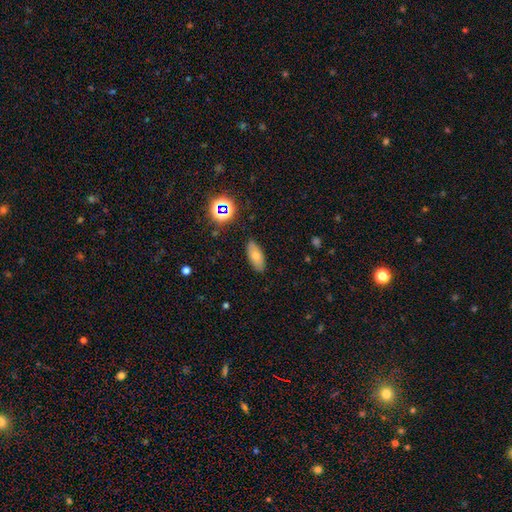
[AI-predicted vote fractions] smooth_or_featured: smooth (p=0.67) [alt: featured or disk p=0.21]
how_rounded: in between (p=0.86) [alt: cigar-shaped p=0.10]
merging: none (p=0.85) [alt: minor disturbance p=0.12]